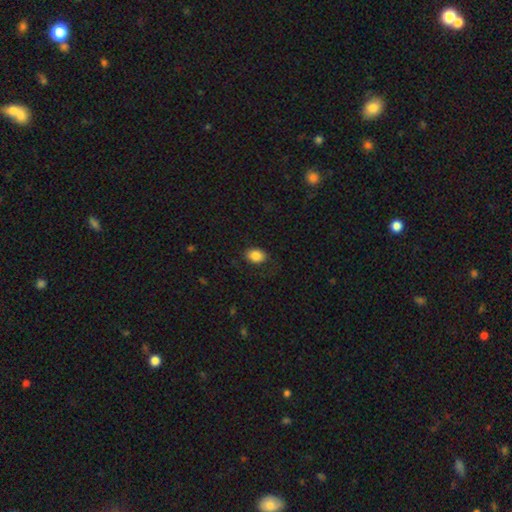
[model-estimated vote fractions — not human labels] The model was most divided on "how rounded": in between: 73%, round: 26%, cigar-shaped: 1%. More confident: smooth or featured — smooth (85%); merging — none (80%).